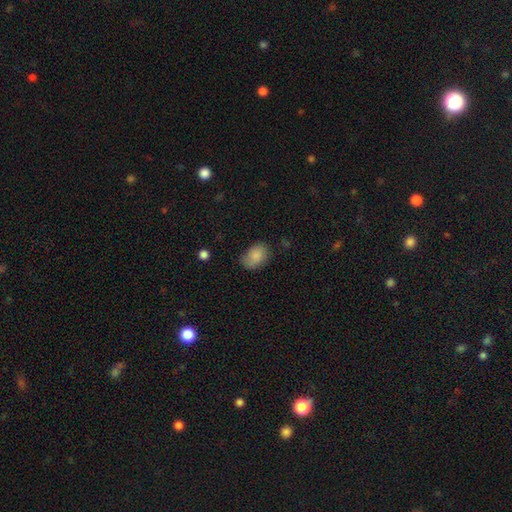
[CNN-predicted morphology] type=smooth (83%); roundness=in between (84%); merging=none (67%).